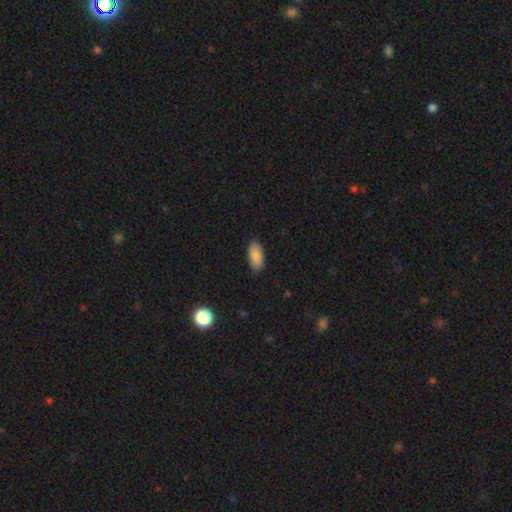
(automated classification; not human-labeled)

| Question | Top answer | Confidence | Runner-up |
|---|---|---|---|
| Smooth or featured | smooth | 88% | star or artifact (7%) |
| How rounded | in between | 89% | cigar-shaped (9%) |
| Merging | none | 86% | minor disturbance (11%) |